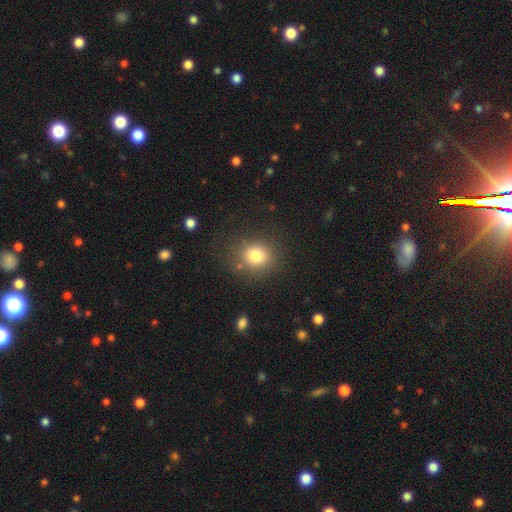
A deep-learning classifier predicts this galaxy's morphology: Overall: smooth (80%). How rounded: round (77%). Merging: none (80%).